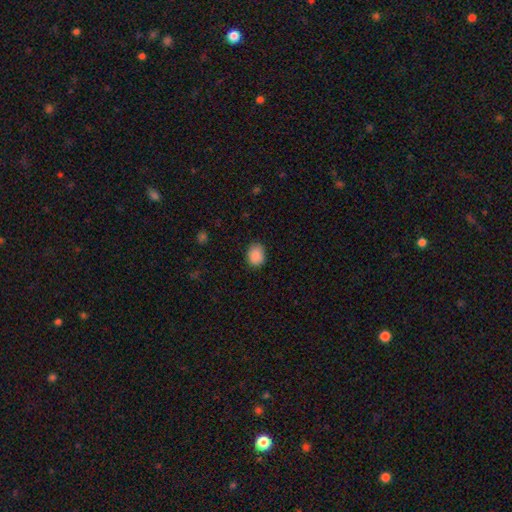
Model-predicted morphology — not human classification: Smooth or featured? smooth (88%)
How rounded? round (50%)
Merging? none (81%)